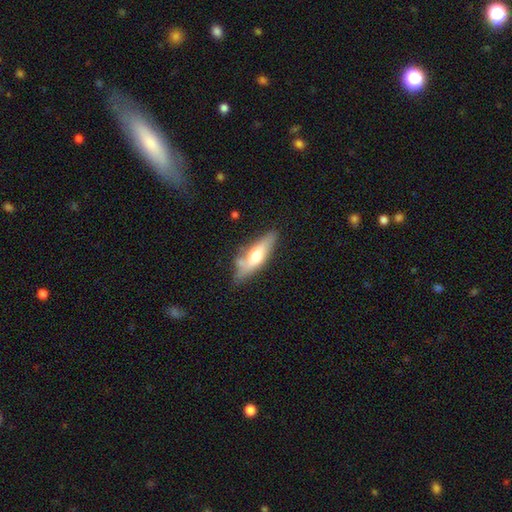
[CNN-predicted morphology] smooth_or_featured: smooth (p=0.52) [alt: featured or disk p=0.42]
how_rounded: cigar-shaped (p=0.55) [alt: in between p=0.43]
merging: none (p=0.64) [alt: minor disturbance p=0.22]